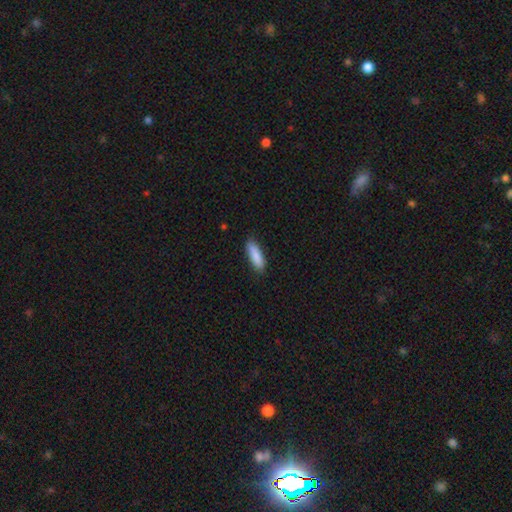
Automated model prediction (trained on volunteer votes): Smooth or featured?
  - smooth: 87% *
  - featured or disk: 7%
  - star or artifact: 6%
How rounded?
  - cigar-shaped: 54% *
  - in between: 45%
  - round: 2%
Merging?
  - none: 84% *
  - minor disturbance: 13%
  - major disturbance: 2%
  - merger: 1%